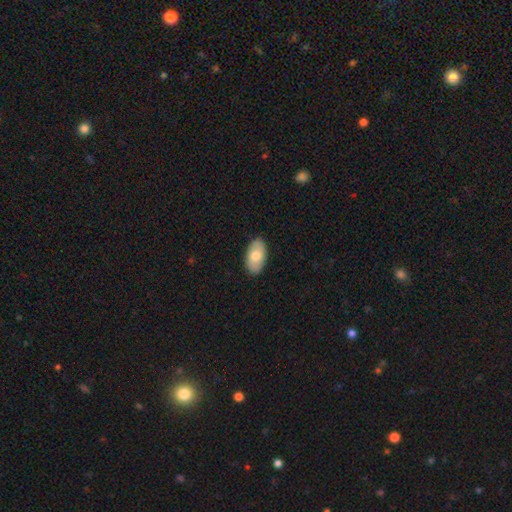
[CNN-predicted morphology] A smooth galaxy with no disk features (70%) that is in between round and cigar-shaped (94%).

Vote fractions:
- Smooth or featured? smooth: 70% / featured or disk: 25% / star or artifact: 6%
- How rounded? in between: 94% / round: 4% / cigar-shaped: 2%
- Merging? none: 87% / minor disturbance: 10% / major disturbance: 2% / merger: 1%